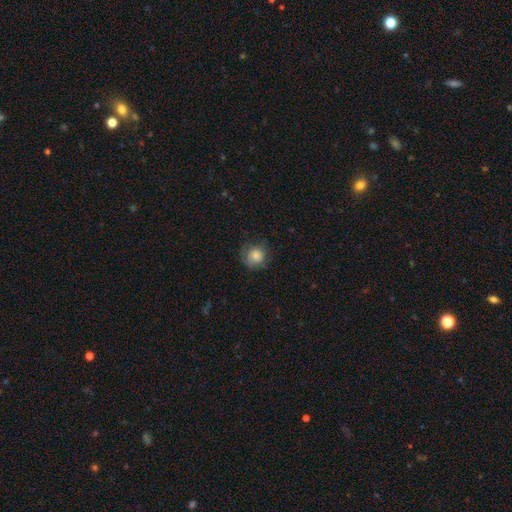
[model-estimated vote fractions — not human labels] Q: Smooth or featured?
A: smooth (82%); runner-up: featured or disk (9%)
Q: How rounded?
A: round (85%); runner-up: in between (14%)
Q: Merging?
A: none (70%); runner-up: minor disturbance (21%)